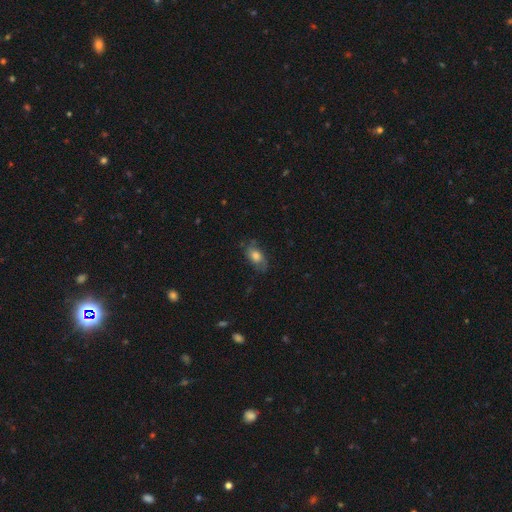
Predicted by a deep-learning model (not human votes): smooth 60%, featured or disk 30%, star or artifact 9%. Down the decision tree: how rounded — in between (85%); merging — none (65%).